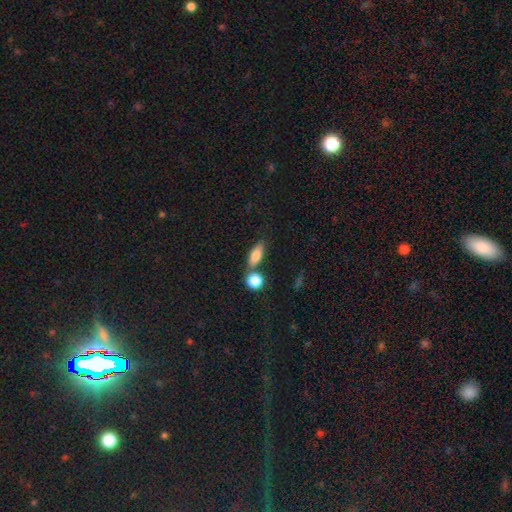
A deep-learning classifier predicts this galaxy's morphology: Smooth or featured?
  - smooth: 76% *
  - featured or disk: 15%
  - star or artifact: 9%
How rounded?
  - in between: 66% *
  - cigar-shaped: 24%
  - round: 10%
Merging?
  - none: 61% *
  - merger: 23%
  - minor disturbance: 12%
  - major disturbance: 4%